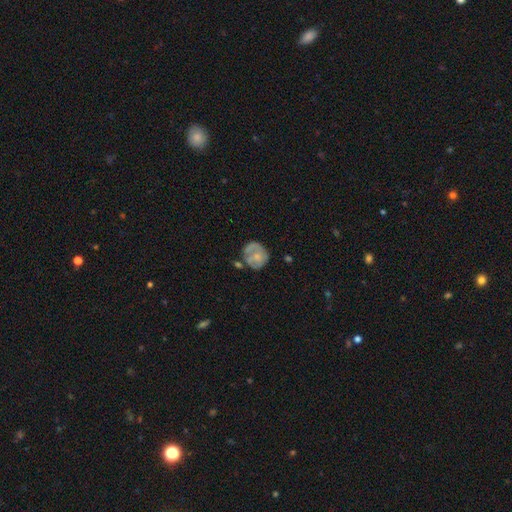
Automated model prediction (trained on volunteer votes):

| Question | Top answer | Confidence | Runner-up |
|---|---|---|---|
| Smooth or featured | smooth | 49% | featured or disk (45%) |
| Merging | none | 51% | minor disturbance (27%) |